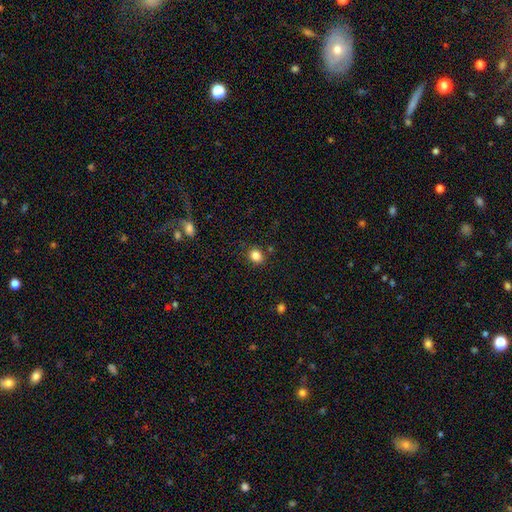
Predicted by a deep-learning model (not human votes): Overall: smooth (84%). How rounded: round (64%; in between 35%). Merging: none (85%).